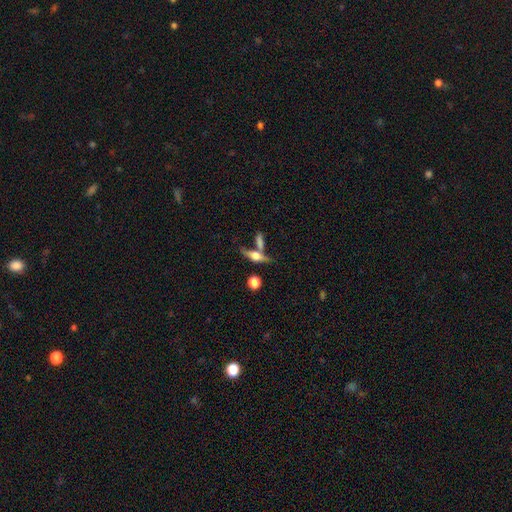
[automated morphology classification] type=featured or disk (56%); edge-on=yes (90%); edge-on bulge=rounded (92%); merging=none (57%).